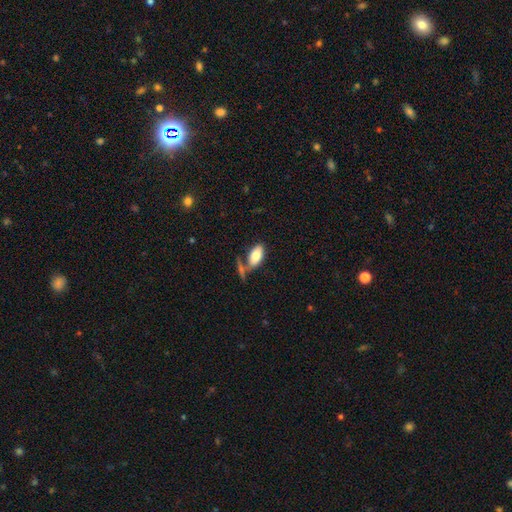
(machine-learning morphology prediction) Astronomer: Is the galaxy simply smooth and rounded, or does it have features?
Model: smooth — 79%.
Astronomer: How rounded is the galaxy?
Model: in between — 91%.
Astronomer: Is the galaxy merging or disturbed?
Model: none — 54%.